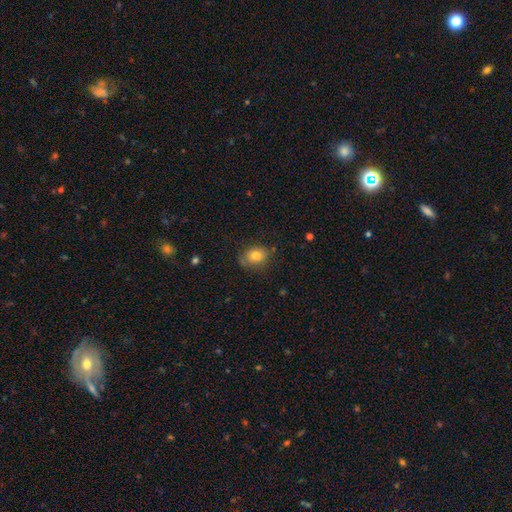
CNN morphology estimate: smooth 77%, featured or disk 13%, star or artifact 10%. Down the decision tree: how rounded — in between (53%); merging — none (72%).